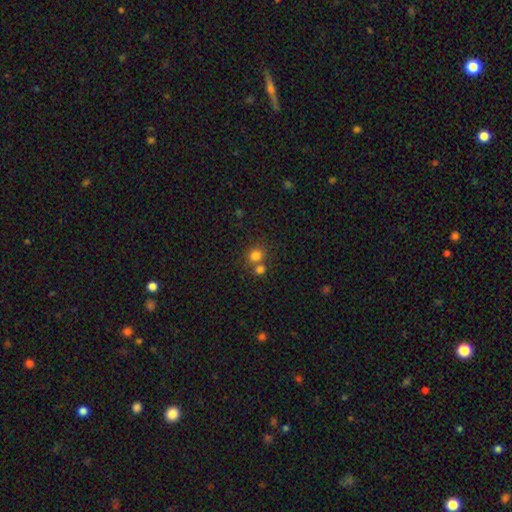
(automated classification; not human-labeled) A smooth galaxy with no disk features (79%) that is round (79%).

Vote fractions:
- Smooth or featured? smooth: 79% / star or artifact: 13% / featured or disk: 7%
- How rounded? round: 79% / in between: 20% / cigar-shaped: 1%
- Merging? none: 53% / merger: 36% / minor disturbance: 8% / major disturbance: 3%